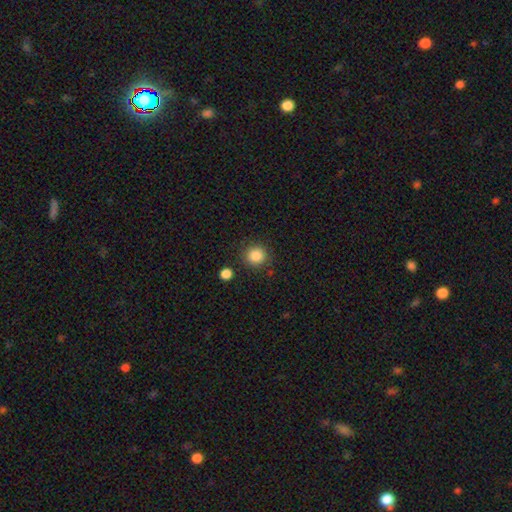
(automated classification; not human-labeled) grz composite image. It shows a smooth galaxy with no disk features (86%) that is round (89%). Merging: none (85%).